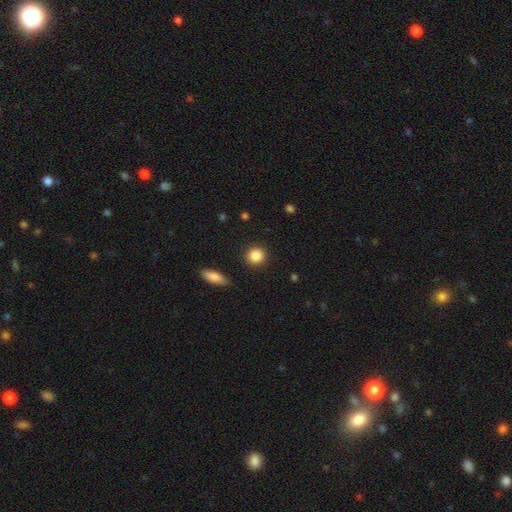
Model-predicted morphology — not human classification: The model was most divided on "smooth or featured": smooth: 86%, star or artifact: 9%, featured or disk: 5%. More confident: merging — none (91%); how rounded — round (89%).